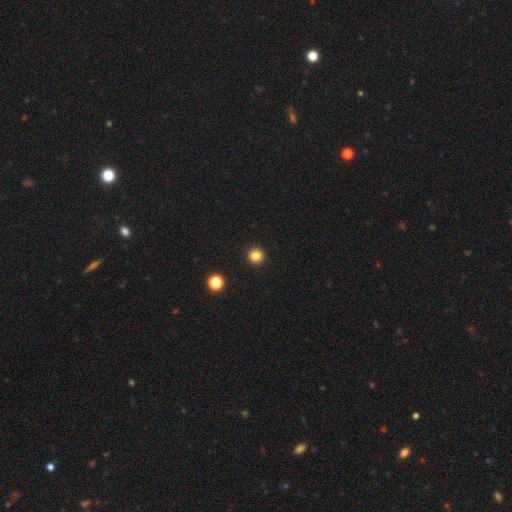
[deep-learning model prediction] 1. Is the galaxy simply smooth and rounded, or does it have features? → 84% smooth, 12% star or artifact, 4% featured or disk.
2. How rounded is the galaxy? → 95% round, 4% in between, 1% cigar-shaped.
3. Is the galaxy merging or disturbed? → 94% none, 4% minor disturbance, 1% major disturbance, 1% merger.